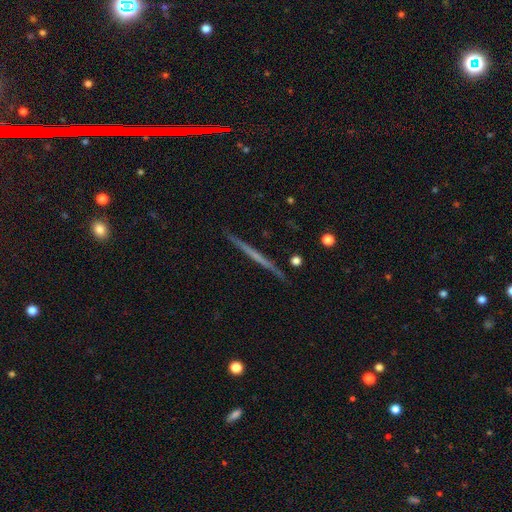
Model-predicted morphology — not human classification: type=featured or disk (62%); edge-on=yes (98%); edge-on bulge=none (88%); merging=none (92%).